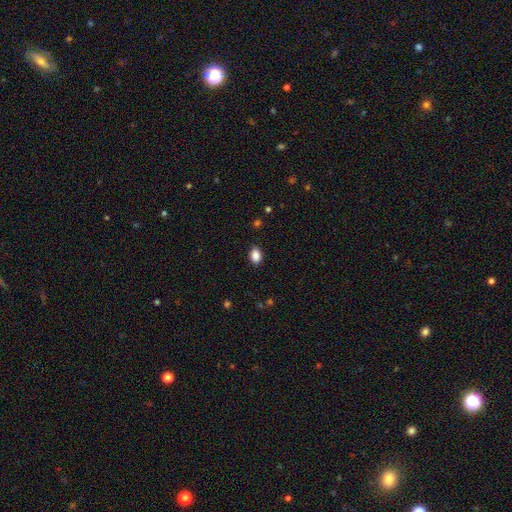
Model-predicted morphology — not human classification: A smooth galaxy with no disk features (88%) that is in between round and cigar-shaped (81%).

Vote fractions:
- Smooth or featured? smooth: 88% / star or artifact: 9% / featured or disk: 3%
- How rounded? in between: 81% / round: 18% / cigar-shaped: 1%
- Merging? none: 88% / minor disturbance: 9% / major disturbance: 2% / merger: 1%